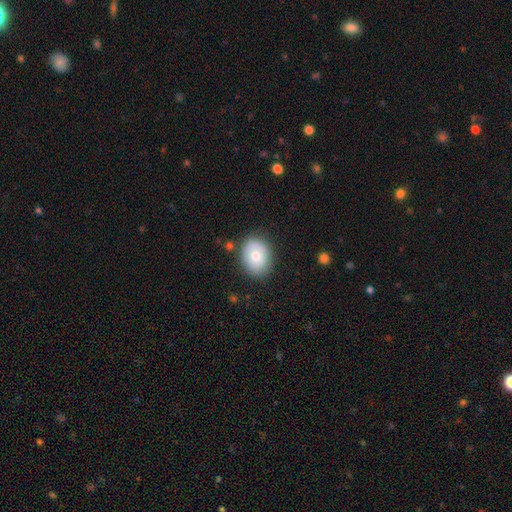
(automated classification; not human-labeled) Smooth or featured: smooth — 72% (featured or disk — 20%)
How rounded: in between — 59% (round — 40%)
Merging: none — 82% (minor disturbance — 13%)